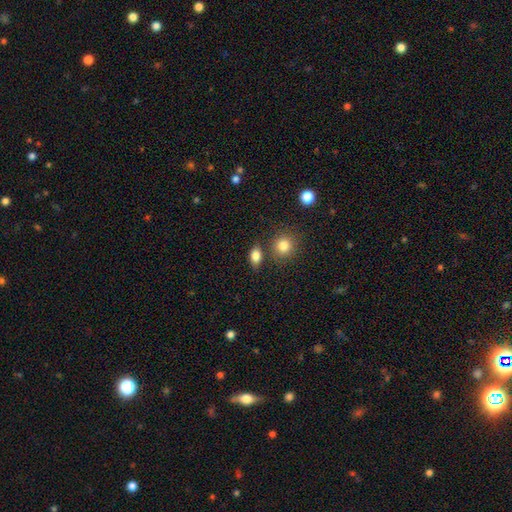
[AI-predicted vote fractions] smooth-or-featured: smooth: 83% | star or artifact: 10% | featured or disk: 7%
  how-rounded: in between: 75% | round: 23% | cigar-shaped: 3%
  merging: none: 75% | minor disturbance: 11% | merger: 11% | major disturbance: 3%